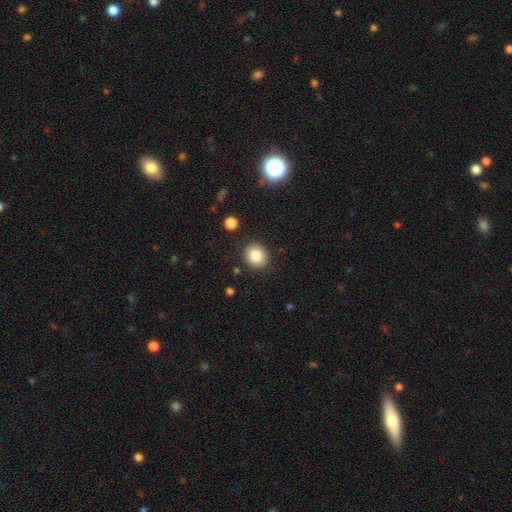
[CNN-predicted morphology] This appears to be a smooth galaxy with no disk features (84%) that is round (72%). Merging: none (87%).